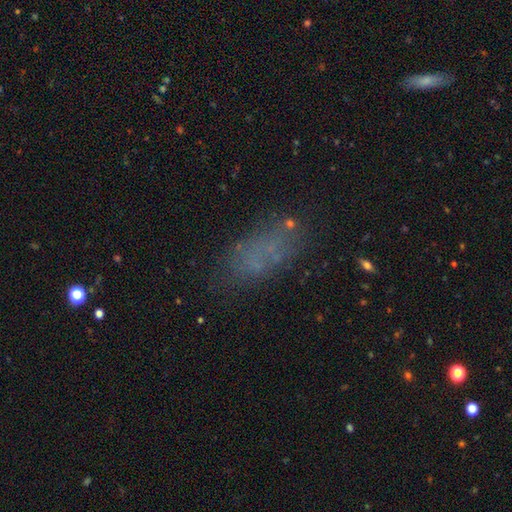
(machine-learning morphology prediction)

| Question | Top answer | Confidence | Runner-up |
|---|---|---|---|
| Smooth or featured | smooth | 52% | featured or disk (28%) |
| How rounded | in between | 79% | cigar-shaped (15%) |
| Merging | none | 61% | minor disturbance (18%) |